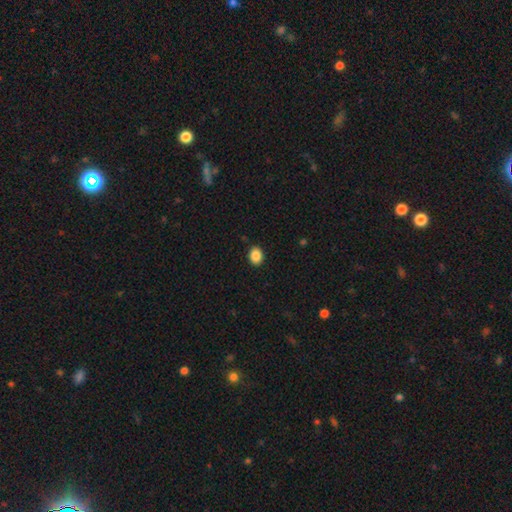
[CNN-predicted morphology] A smooth galaxy with no disk features (88%) that is in between round and cigar-shaped (59%). Merging: none (89%).